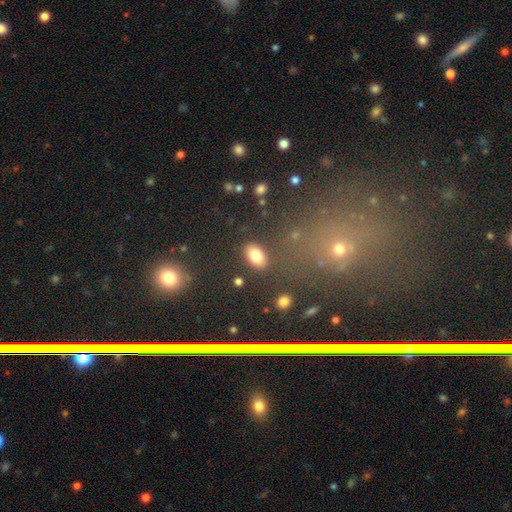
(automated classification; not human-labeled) Morphology: type=smooth (82%); roundness=in between (90%); merging=none (83%).